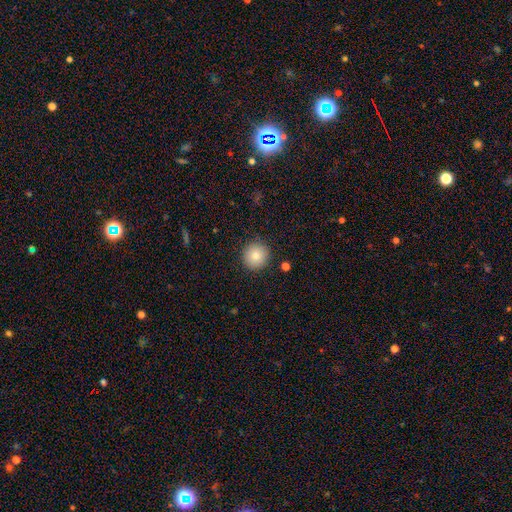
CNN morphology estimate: Smooth or featured? Predicted: smooth (p=0.81). How rounded? Predicted: round (p=0.94). Merging? Predicted: none (p=0.91).